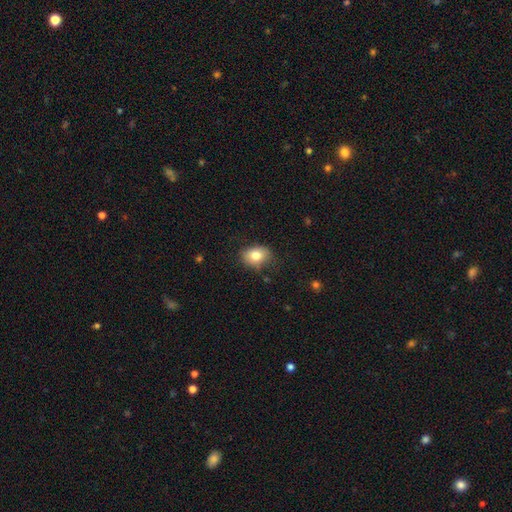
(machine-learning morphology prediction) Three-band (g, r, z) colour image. It shows a smooth galaxy with no disk features (80%) that is in between round and cigar-shaped (62%). Merging: none (76%).